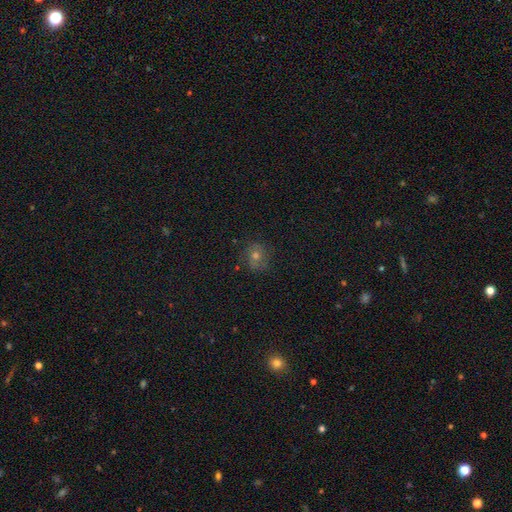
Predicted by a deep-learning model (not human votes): Smooth or featured? Predicted: smooth (p=0.49). Merging? Predicted: none (p=0.79).